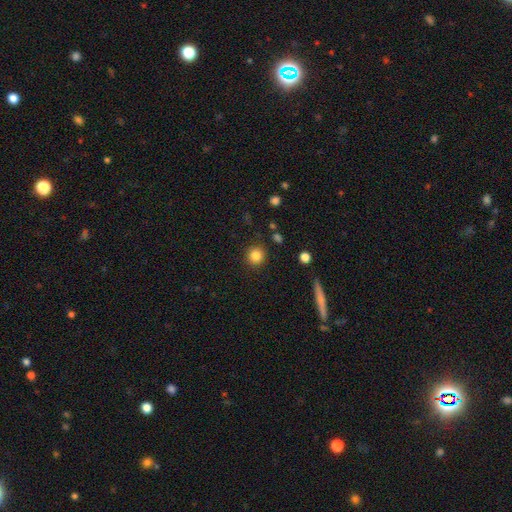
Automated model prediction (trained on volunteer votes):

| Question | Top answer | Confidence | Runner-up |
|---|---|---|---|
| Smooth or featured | smooth | 83% | star or artifact (11%) |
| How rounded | round | 93% | in between (6%) |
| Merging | none | 90% | minor disturbance (6%) |